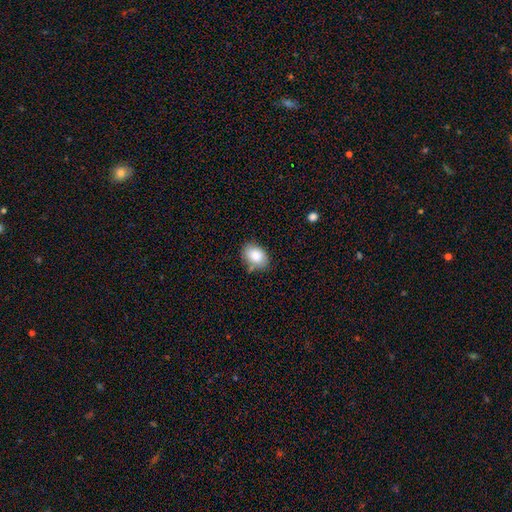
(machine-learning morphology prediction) The model was most divided on "merging": none: 72%, minor disturbance: 19%, merger: 5%, major disturbance: 4%. More confident: smooth or featured — smooth (85%); how rounded — in between (78%).